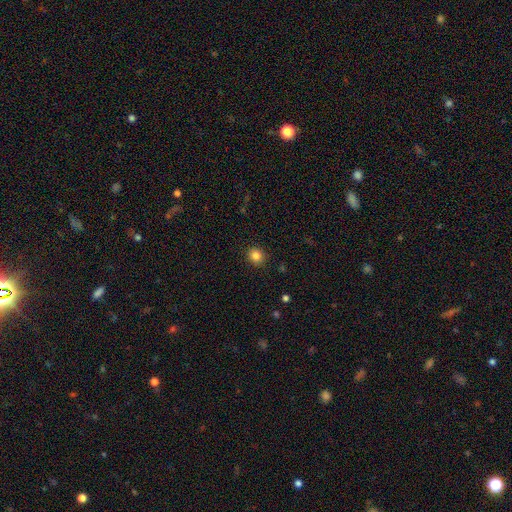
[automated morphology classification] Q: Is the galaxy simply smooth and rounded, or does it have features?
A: smooth — 84%.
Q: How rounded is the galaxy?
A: round — 85%.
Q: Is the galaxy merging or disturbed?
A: none — 91%.